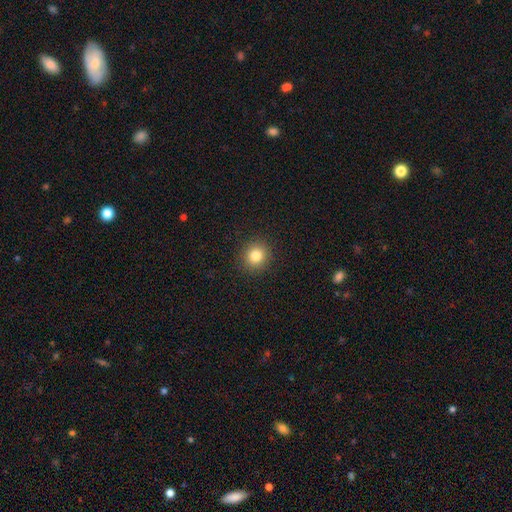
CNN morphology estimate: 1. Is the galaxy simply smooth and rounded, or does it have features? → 82% smooth, 12% star or artifact, 6% featured or disk.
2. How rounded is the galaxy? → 89% round, 10% in between, 1% cigar-shaped.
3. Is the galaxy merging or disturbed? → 91% none, 6% minor disturbance, 2% major disturbance, 1% merger.